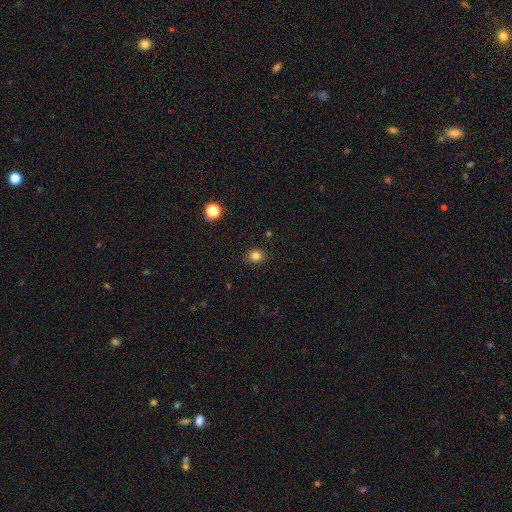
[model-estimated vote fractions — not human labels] Smooth or featured? smooth (82%)
How rounded? round (67%)
Merging? none (86%)